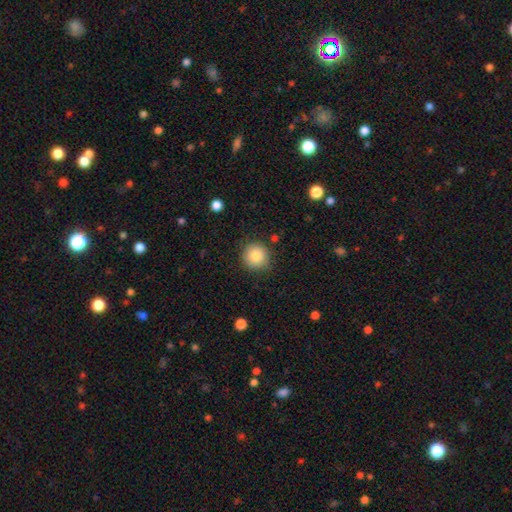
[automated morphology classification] A smooth galaxy with no disk features (83%) that is round (93%). Merging: none (87%).